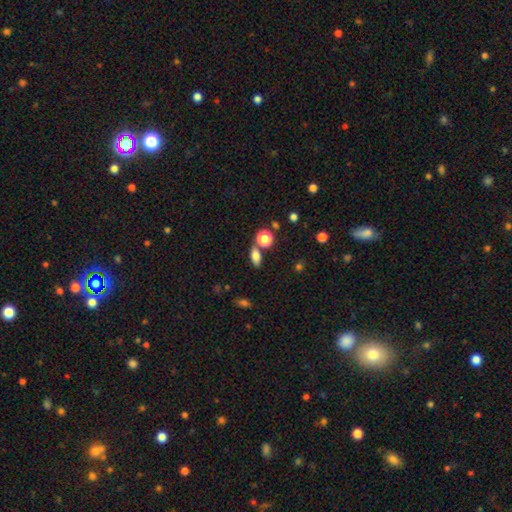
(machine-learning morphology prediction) A smooth galaxy with no disk features (78%) that is in between round and cigar-shaped (73%).

Vote fractions:
- Smooth or featured? smooth: 78% / star or artifact: 13% / featured or disk: 10%
- How rounded? in between: 73% / round: 16% / cigar-shaped: 11%
- Merging? none: 72% / merger: 14% / minor disturbance: 11% / major disturbance: 4%